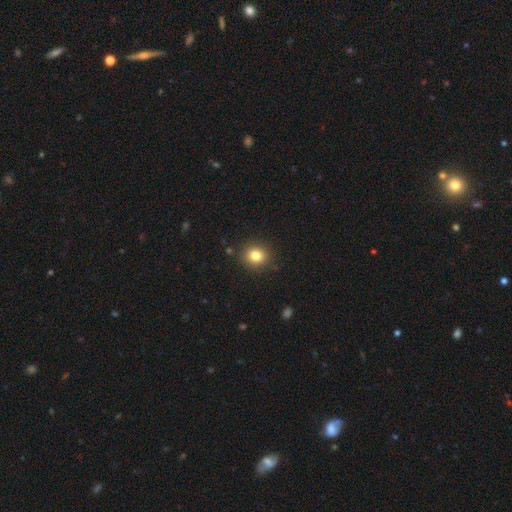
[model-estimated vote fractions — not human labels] Smooth or featured? Predicted: smooth (p=0.81). How rounded? Predicted: round (p=0.82). Merging? Predicted: none (p=0.89).